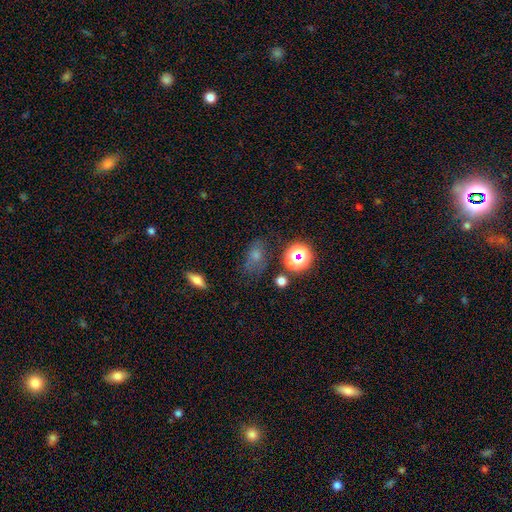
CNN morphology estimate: Smooth or featured? smooth (62%)
How rounded? in between (74%)
Merging? none (59%)